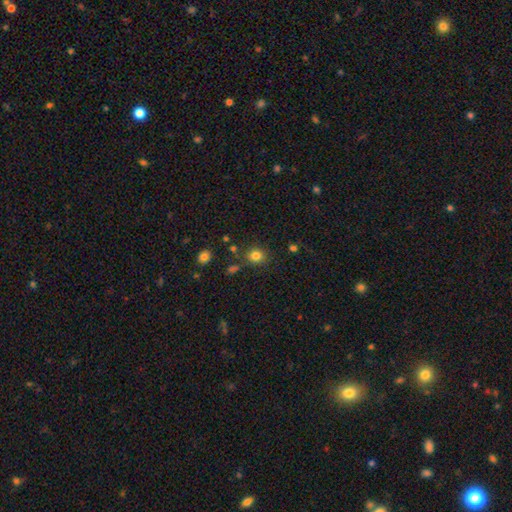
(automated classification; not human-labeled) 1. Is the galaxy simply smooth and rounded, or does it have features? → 82% smooth, 13% star or artifact, 5% featured or disk.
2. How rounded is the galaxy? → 77% round, 22% in between, 1% cigar-shaped.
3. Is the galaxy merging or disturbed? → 79% none, 11% minor disturbance, 5% merger, 4% major disturbance.